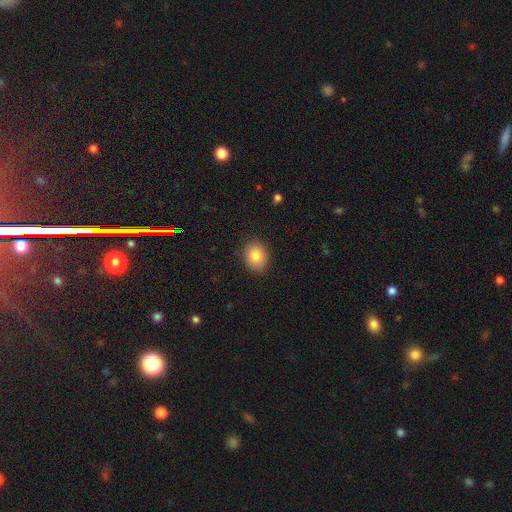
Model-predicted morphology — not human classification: smooth_or_featured: smooth (p=0.82) [alt: featured or disk p=0.09]
how_rounded: round (p=0.57) [alt: in between p=0.43]
merging: none (p=0.89) [alt: minor disturbance p=0.08]